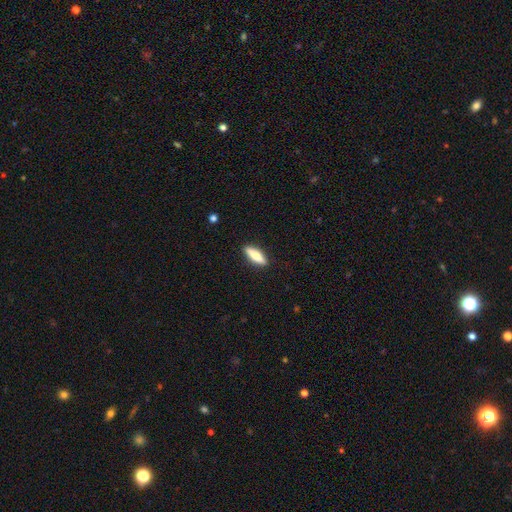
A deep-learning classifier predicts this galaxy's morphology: smooth_or_featured: smooth (p=0.69) [alt: featured or disk p=0.25]
how_rounded: cigar-shaped (p=0.53) [alt: in between p=0.45]
merging: none (p=0.89) [alt: minor disturbance p=0.08]